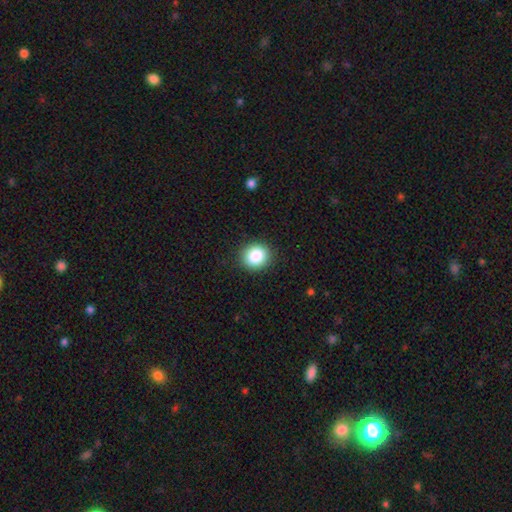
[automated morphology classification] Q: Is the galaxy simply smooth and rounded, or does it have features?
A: smooth — 86%.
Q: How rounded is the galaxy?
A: round — 81%.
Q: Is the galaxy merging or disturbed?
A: none — 91%.